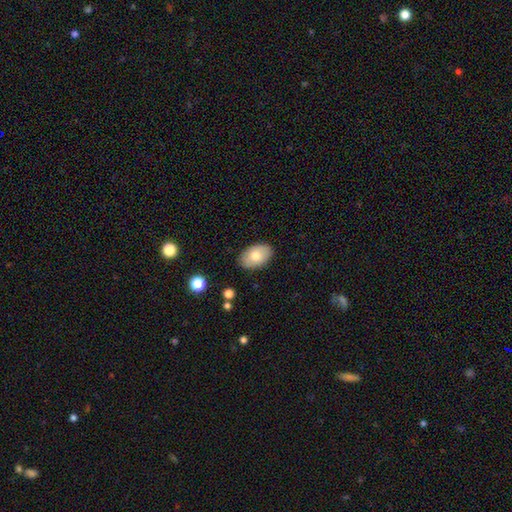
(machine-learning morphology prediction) type=smooth (76%); roundness=in between (90%); merging=none (87%).